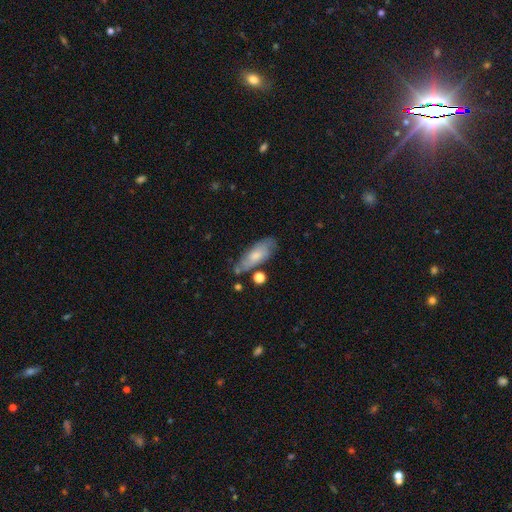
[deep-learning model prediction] This is possibly a smooth galaxy (56%). How rounded: likely in between (71%). Merging: likely none (63%).